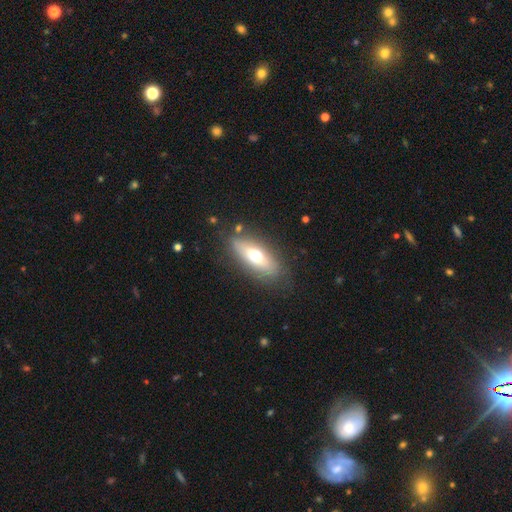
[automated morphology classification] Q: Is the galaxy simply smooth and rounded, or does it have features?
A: smooth — 57%.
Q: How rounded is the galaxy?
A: in between — 73%.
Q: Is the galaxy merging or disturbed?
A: none — 78%.